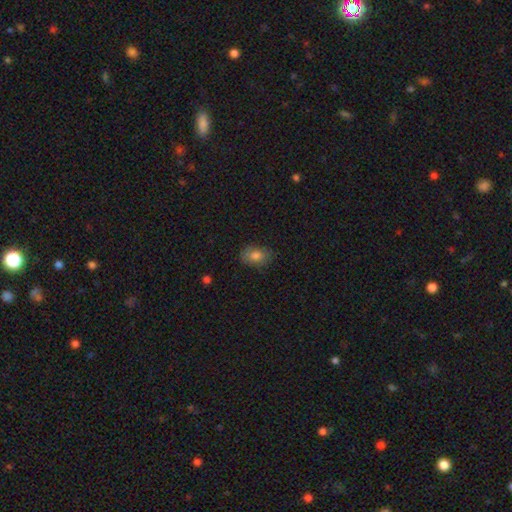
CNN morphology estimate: Smooth or featured? smooth (79%)
How rounded? in between (79%)
Merging? none (75%)